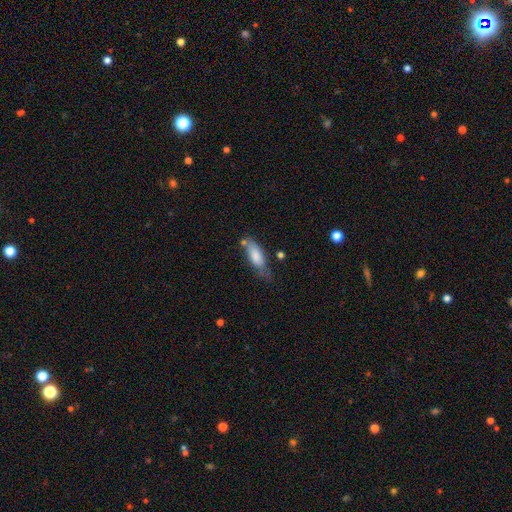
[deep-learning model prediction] This is likely a smooth galaxy (76%). How rounded: likely in between (69%). Merging: possibly none (47%).